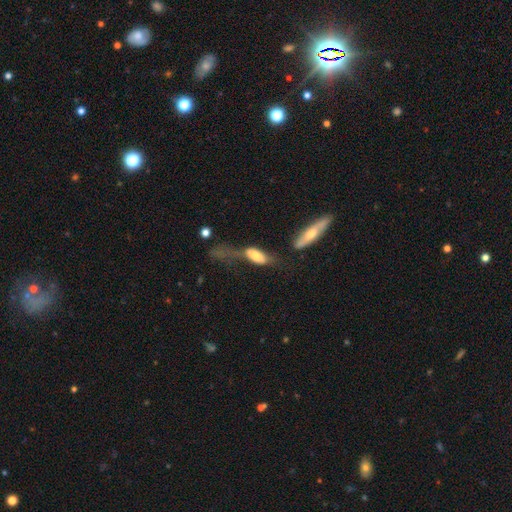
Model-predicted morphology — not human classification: This is likely a smooth galaxy (66%). How rounded: likely in between (77%). Merging: marginally major disturbance (40%).